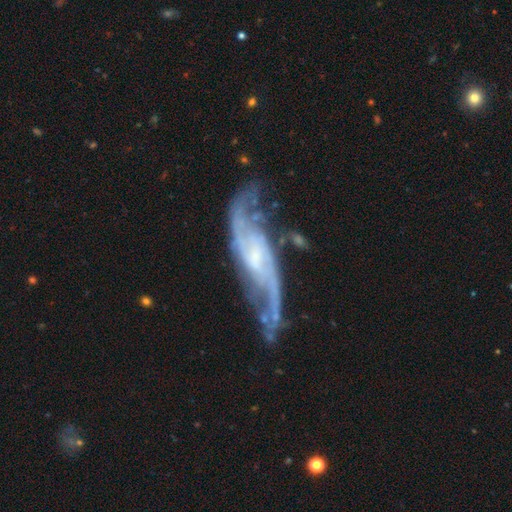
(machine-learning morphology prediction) This appears to be a featured or disk galaxy (89%) with a weak bar (46%), 2 (85%) loose (50%) spiral arms (97%) and a small central bulge (49%). Merging: none (65%).